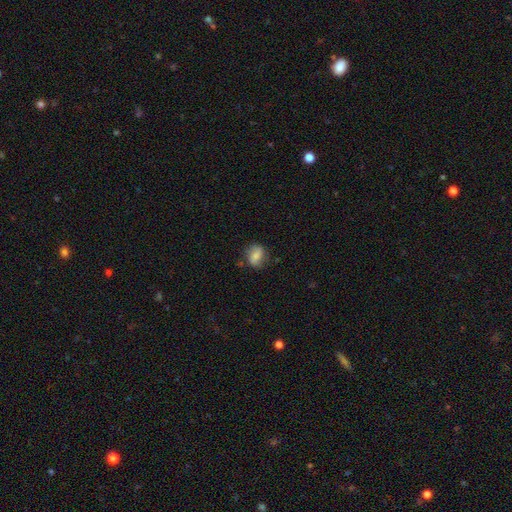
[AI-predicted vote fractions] Morphology: type=smooth (60%); roundness=round (50%); merging=none (71%).